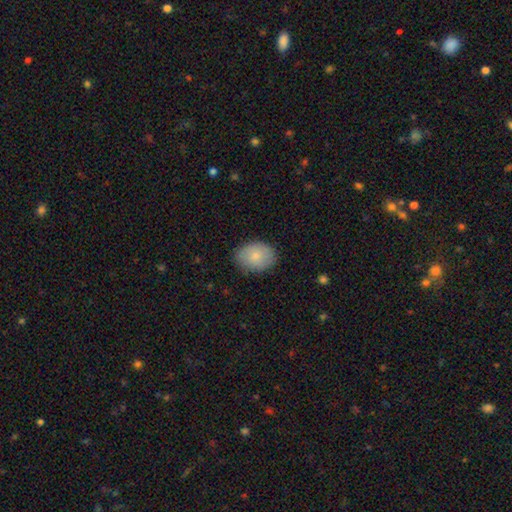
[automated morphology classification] This is clearly a smooth galaxy (82%). How rounded: likely in between (73%). Merging: clearly none (82%).